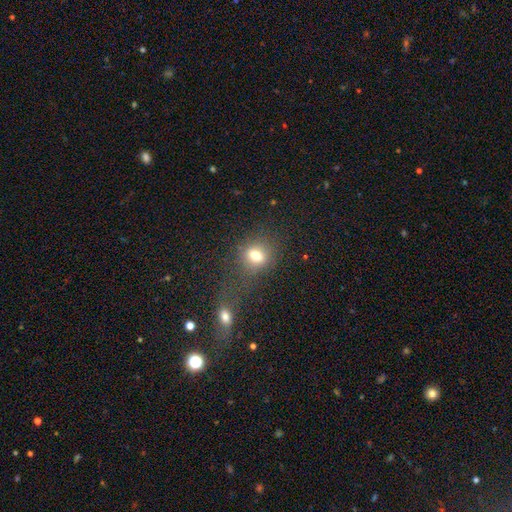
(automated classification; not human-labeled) A smooth galaxy with no disk features (72%) that is round (58%). Merging: none (59%).